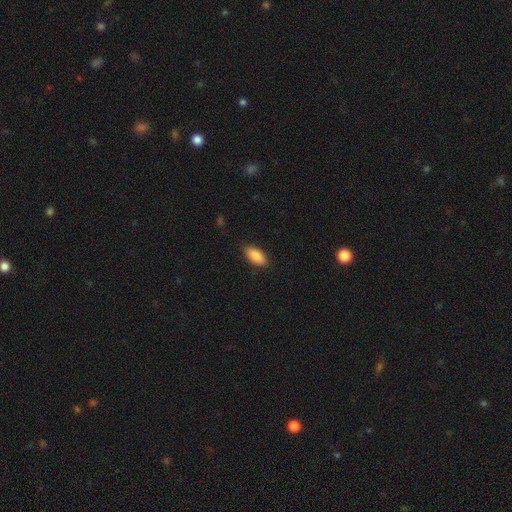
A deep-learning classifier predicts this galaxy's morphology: A smooth galaxy with no disk features (87%) that is in between round and cigar-shaped (90%).

Vote fractions:
- Smooth or featured? smooth: 87% / featured or disk: 7% / star or artifact: 7%
- How rounded? in between: 90% / cigar-shaped: 8% / round: 2%
- Merging? none: 85% / minor disturbance: 12% / major disturbance: 2% / merger: 1%